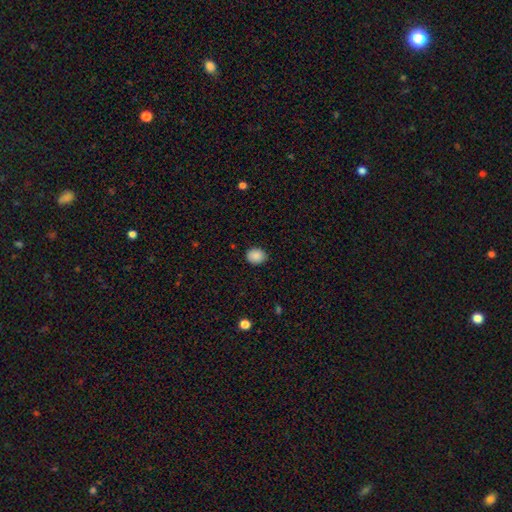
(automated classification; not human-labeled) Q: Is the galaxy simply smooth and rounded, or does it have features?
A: smooth — 88%.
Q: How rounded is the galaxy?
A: round — 54%.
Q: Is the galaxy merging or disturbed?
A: none — 86%.